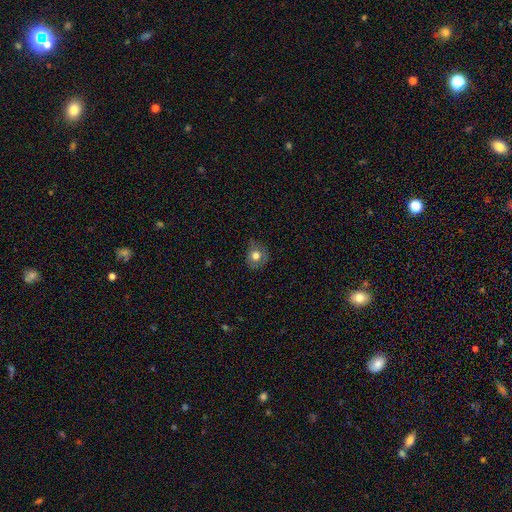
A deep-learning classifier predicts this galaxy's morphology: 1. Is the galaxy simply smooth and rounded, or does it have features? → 72% smooth, 18% featured or disk, 10% star or artifact.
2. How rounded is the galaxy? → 80% round, 19% in between, 1% cigar-shaped.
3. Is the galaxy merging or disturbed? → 67% none, 25% minor disturbance, 7% major disturbance, 1% merger.